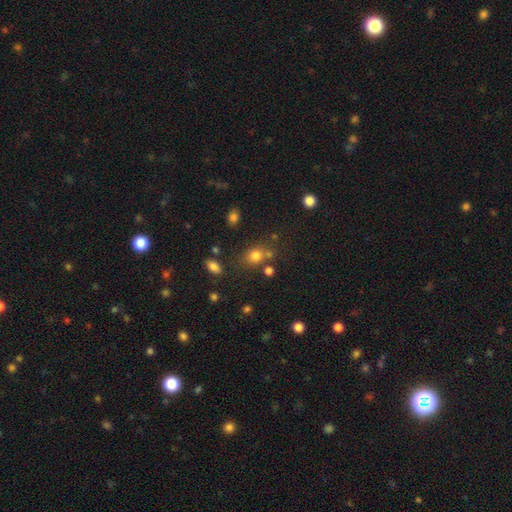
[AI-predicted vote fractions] Smooth or featured? smooth (76%)
How rounded? round (56%)
Merging? none (64%)